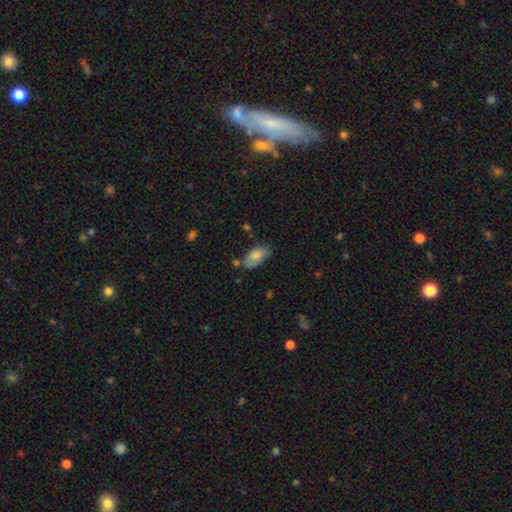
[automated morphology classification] A smooth galaxy with no disk features (77%) that is in between round and cigar-shaped (93%). Merging: none (60%).